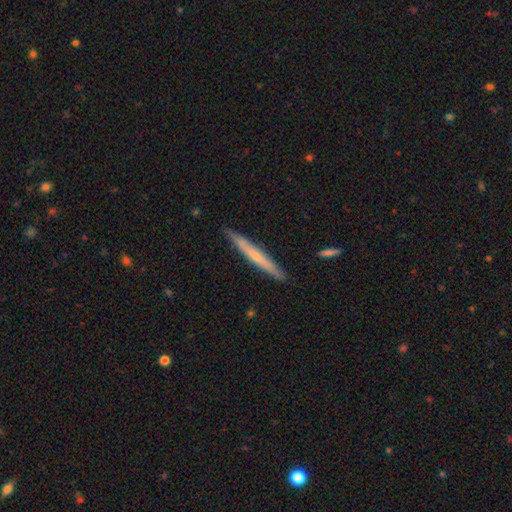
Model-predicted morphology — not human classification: A smooth galaxy with no disk features (50%) that is cigar-shaped (96%). Merging: none (89%).